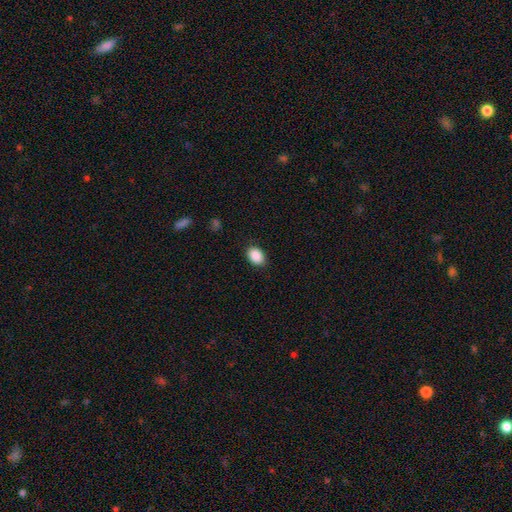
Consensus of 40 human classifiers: A smooth galaxy with no disk features (95%) that is in between round and cigar-shaped (74%).

Vote fractions:
- Smooth or featured? smooth: 95% / star or artifact: 5% / featured or disk: 0%
- How rounded? in between: 74% / round: 26% / cigar-shaped: 0%
- Merging? none: 76% / minor disturbance: 18% / major disturbance: 5% / merger: 0%